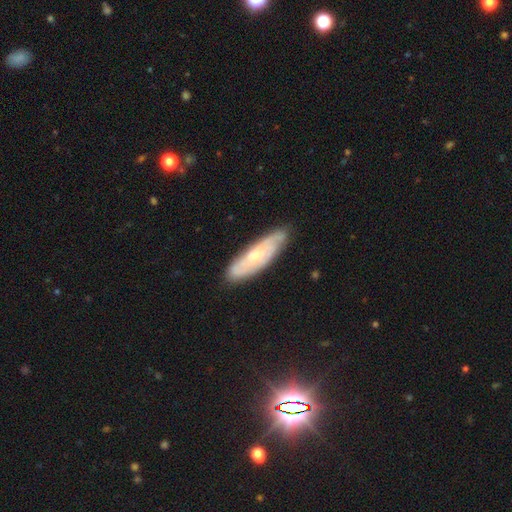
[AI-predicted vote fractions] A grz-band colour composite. It shows a featured or disk galaxy (60%). Merging: none (79%).